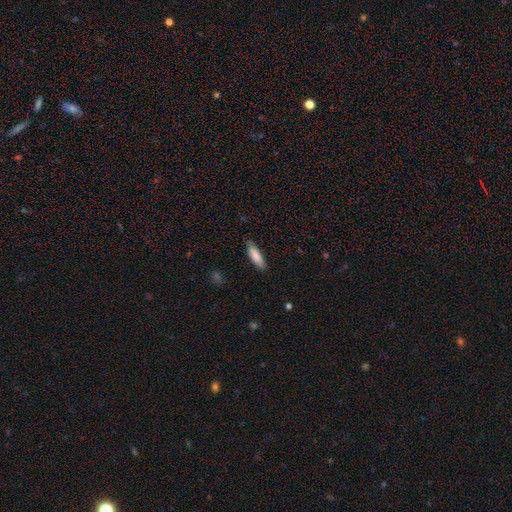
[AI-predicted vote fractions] smooth 86%, featured or disk 8%, star or artifact 6%. Down the decision tree: how rounded — cigar-shaped (58%); merging — none (84%).